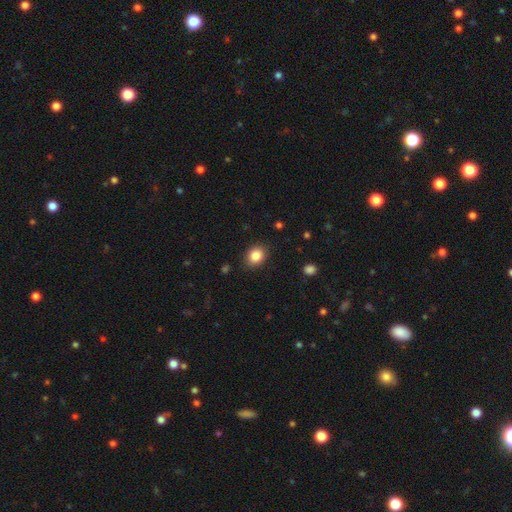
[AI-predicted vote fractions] Smooth or featured?
  - smooth: 85% *
  - star or artifact: 9%
  - featured or disk: 5%
How rounded?
  - round: 54% *
  - in between: 45%
  - cigar-shaped: 1%
Merging?
  - none: 87% *
  - minor disturbance: 10%
  - major disturbance: 3%
  - merger: 1%